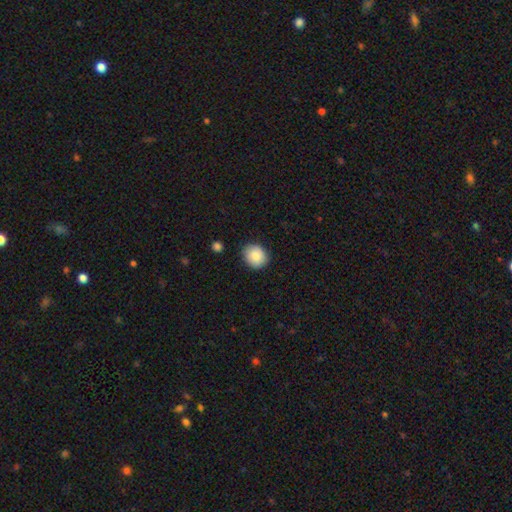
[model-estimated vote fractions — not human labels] smooth 87%, star or artifact 7%, featured or disk 6%. Down the decision tree: how rounded — round (78%); merging — none (85%).